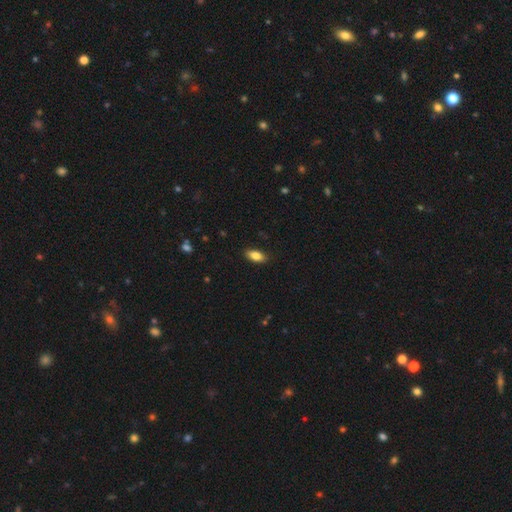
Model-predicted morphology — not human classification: smooth-or-featured: smooth: 85% | featured or disk: 7% | star or artifact: 7%
  how-rounded: in between: 88% | cigar-shaped: 8% | round: 4%
  merging: none: 87% | minor disturbance: 10% | major disturbance: 2% | merger: 1%